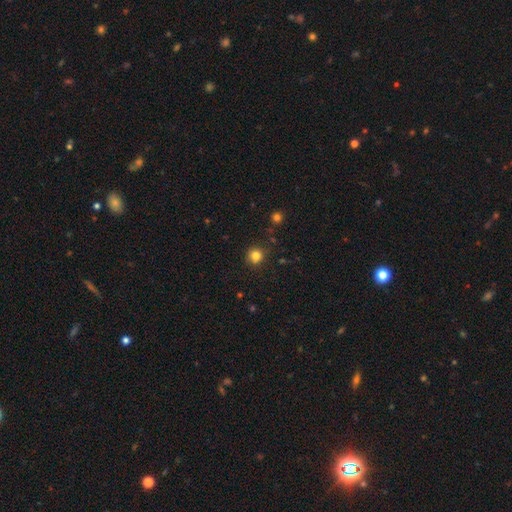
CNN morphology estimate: This appears to be a smooth galaxy with no disk features (82%) that is round (89%). Merging: none (85%).